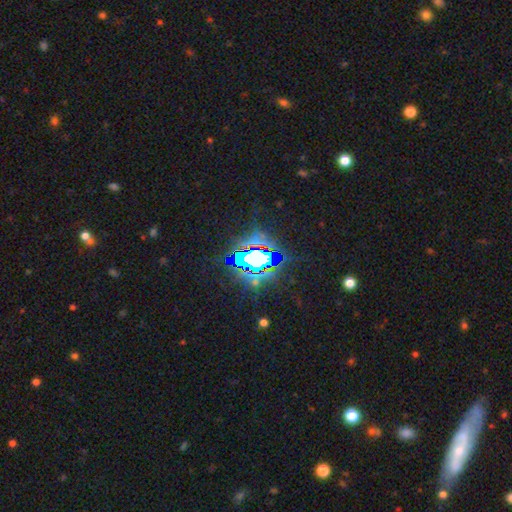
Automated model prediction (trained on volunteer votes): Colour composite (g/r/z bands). It shows a star or artifact, not a galaxy (72%).